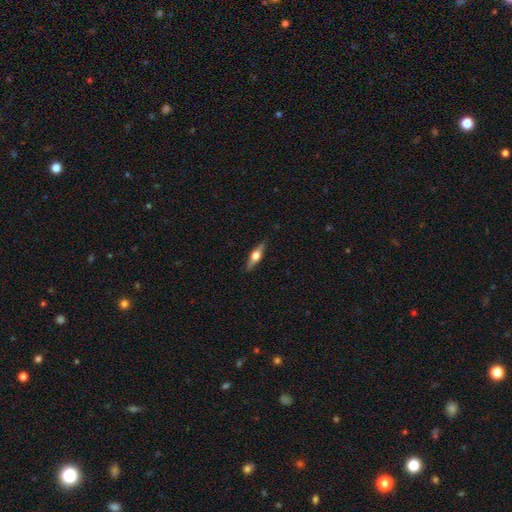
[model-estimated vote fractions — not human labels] A featured or disk galaxy (65%) viewed edge-on (96%) with a rounded central bulge (94%). Merging: none (89%).